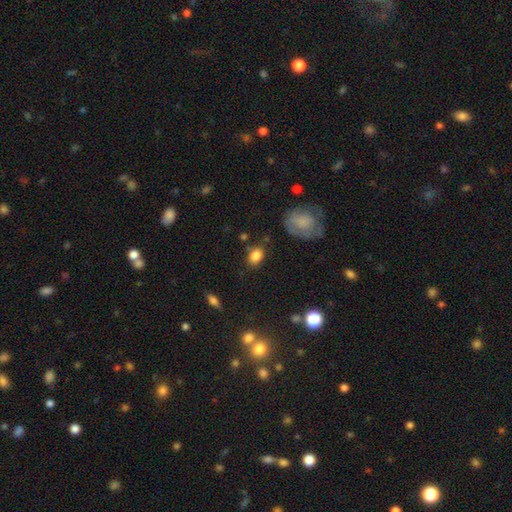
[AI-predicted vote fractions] The model was most divided on "how rounded": in between: 75%, round: 24%, cigar-shaped: 2%. More confident: smooth or featured — smooth (84%); merging — none (74%).